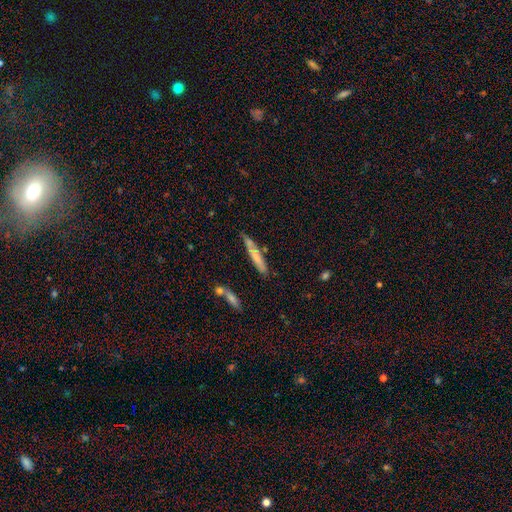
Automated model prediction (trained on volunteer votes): This appears to be a smooth galaxy with no disk features (61%) that is cigar-shaped (91%). Merging: none (68%).